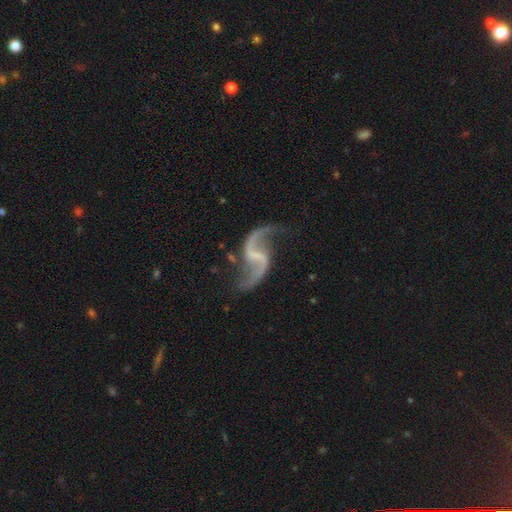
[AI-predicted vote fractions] Q: Smooth or featured?
A: featured or disk (92%); runner-up: star or artifact (5%)
Q: Edge-on disk?
A: no (98%); runner-up: yes (2%)
Q: Bar?
A: weak (48%); runner-up: strong (30%)
Q: Spiral arms?
A: yes (97%); runner-up: no (3%)
Q: Spiral winding?
A: loose (87%); runner-up: medium (10%)
Q: Spiral arm count?
A: 2 (94%); runner-up: 1 (2%)
Q: Bulge size?
A: none (57%); runner-up: small (34%)
Q: Merging?
A: none (74%); runner-up: minor disturbance (14%)